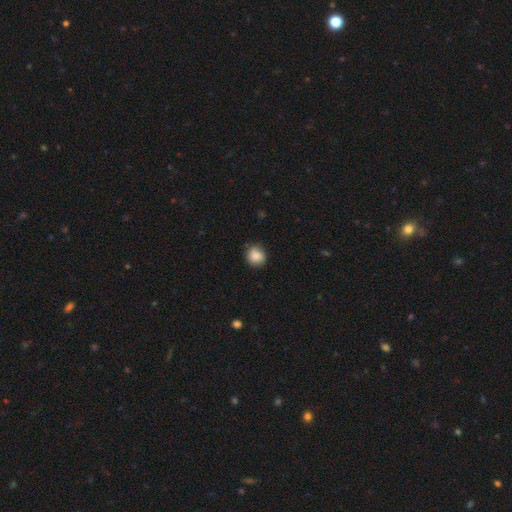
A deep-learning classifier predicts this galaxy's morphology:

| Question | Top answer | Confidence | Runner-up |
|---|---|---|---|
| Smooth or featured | smooth | 87% | star or artifact (8%) |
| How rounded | round | 81% | in between (18%) |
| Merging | none | 80% | minor disturbance (16%) |